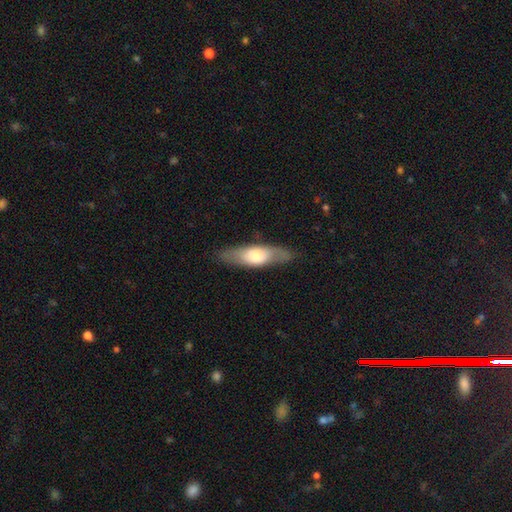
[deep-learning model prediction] Smooth or featured? smooth (53%)
How rounded? in between (49%, tied with cigar-shaped)
Merging? none (82%)